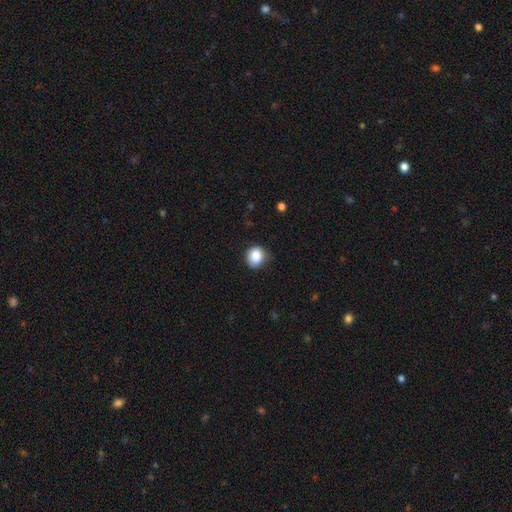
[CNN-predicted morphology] The model was most divided on "merging": none: 72%, minor disturbance: 22%, major disturbance: 5%, merger: 1%. More confident: smooth or featured — smooth (87%); how rounded — round (76%).